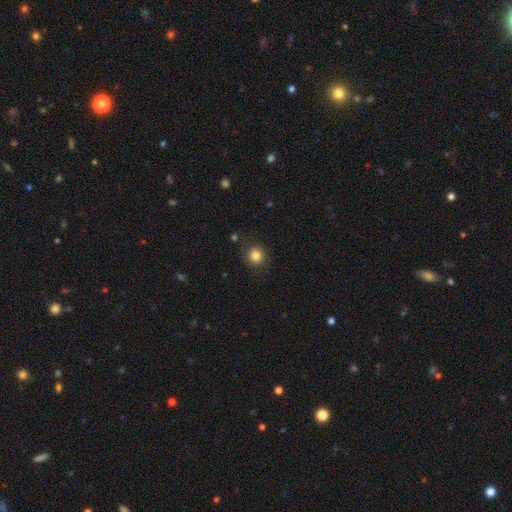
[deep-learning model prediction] This is clearly a smooth galaxy (83%). How rounded: clearly round (85%). Merging: clearly none (85%).